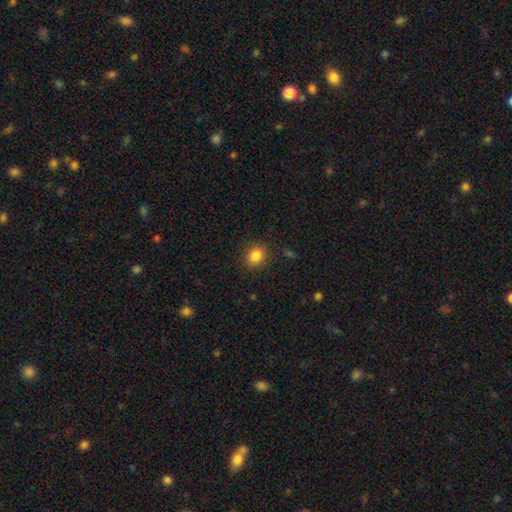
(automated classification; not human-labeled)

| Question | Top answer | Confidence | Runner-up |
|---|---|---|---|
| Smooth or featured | smooth | 85% | star or artifact (10%) |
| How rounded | round | 64% | in between (35%) |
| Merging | none | 87% | minor disturbance (9%) |